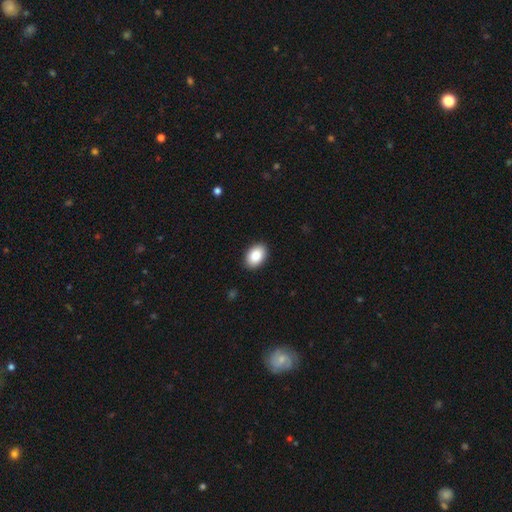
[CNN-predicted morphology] A smooth galaxy with no disk features (87%) that is in between round and cigar-shaped (87%).

Vote fractions:
- Smooth or featured? smooth: 87% / star or artifact: 7% / featured or disk: 6%
- How rounded? in between: 87% / round: 12% / cigar-shaped: 1%
- Merging? none: 90% / minor disturbance: 7% / major disturbance: 2% / merger: 1%